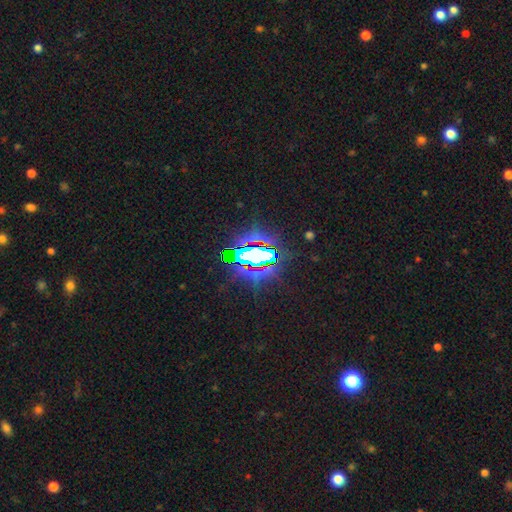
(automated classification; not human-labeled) star or artifact 71%, smooth 15%, featured or disk 14%.